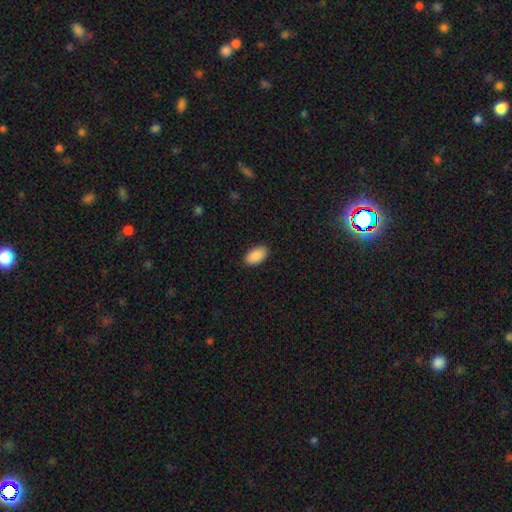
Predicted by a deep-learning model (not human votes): This appears to be a smooth galaxy with no disk features (91%) that is in between round and cigar-shaped (95%). Merging: none (90%).